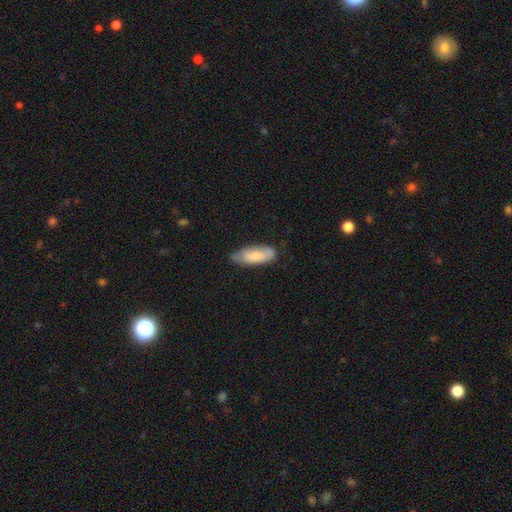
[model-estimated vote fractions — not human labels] smooth-or-featured: smooth: 75% | featured or disk: 19% | star or artifact: 6%
  how-rounded: in between: 72% | cigar-shaped: 26% | round: 2%
  merging: none: 62% | minor disturbance: 31% | major disturbance: 5% | merger: 2%